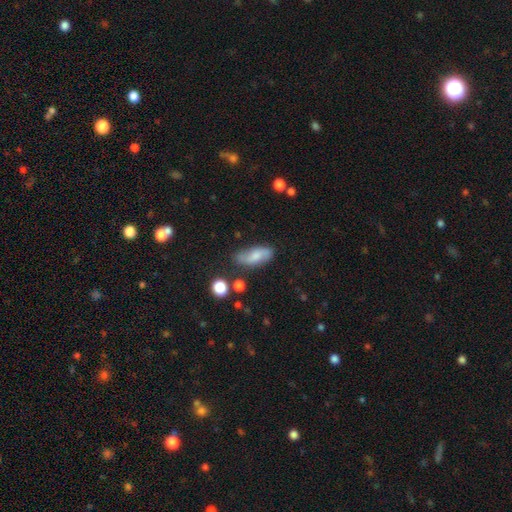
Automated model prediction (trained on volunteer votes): A smooth galaxy with no disk features (59%) that is in between round and cigar-shaped (79%).

Vote fractions:
- Smooth or featured? smooth: 59% / featured or disk: 32% / star or artifact: 8%
- How rounded? in between: 79% / cigar-shaped: 17% / round: 4%
- Merging? none: 66% / minor disturbance: 23% / major disturbance: 6% / merger: 5%